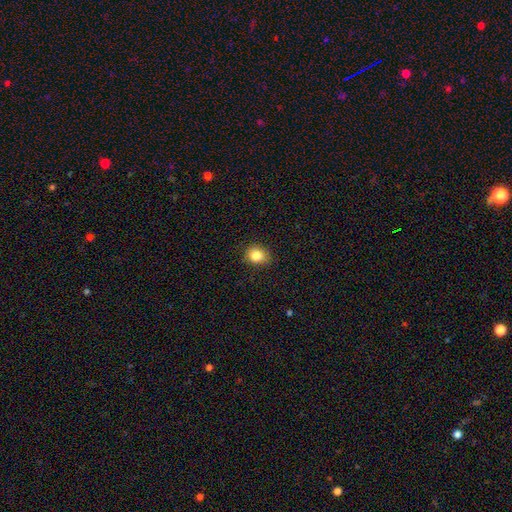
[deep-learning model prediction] A smooth galaxy with no disk features (84%) that is round (65%).

Vote fractions:
- Smooth or featured? smooth: 84% / star or artifact: 11% / featured or disk: 6%
- How rounded? round: 65% / in between: 34% / cigar-shaped: 1%
- Merging? none: 85% / minor disturbance: 11% / major disturbance: 2% / merger: 1%